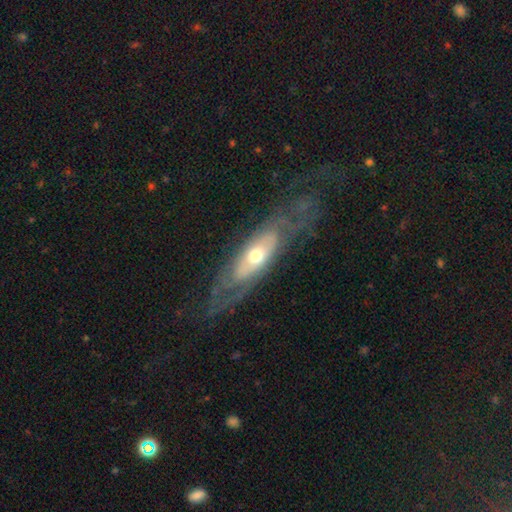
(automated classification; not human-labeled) Smooth or featured? Predicted: featured or disk (p=0.70). Edge-on disk? Predicted: no (p=0.75). Bar? Predicted: no (p=0.83). Spiral arms? Predicted: yes (p=0.53). Bulge size? Predicted: moderate (p=0.69). Merging? Predicted: none (p=0.66).